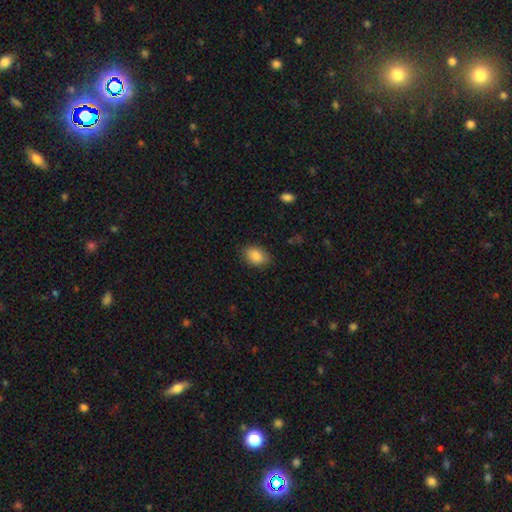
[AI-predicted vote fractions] This appears to be a smooth galaxy with no disk features (87%) that is in between round and cigar-shaped (79%). Merging: none (84%).